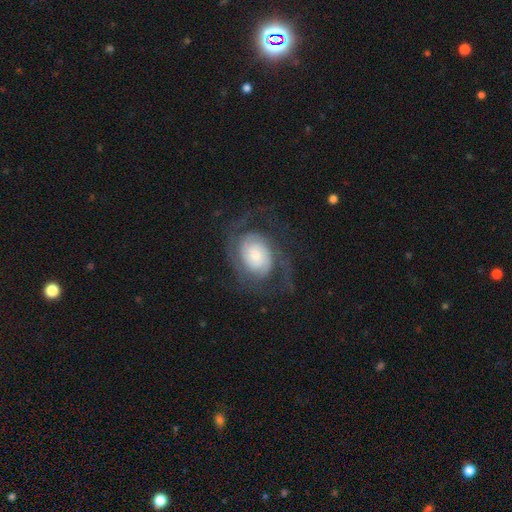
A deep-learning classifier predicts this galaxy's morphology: Smooth or featured? featured or disk (83%)
Edge-on disk? no (97%)
Bar? no (68%)
Spiral arms? yes (96%)
Spiral winding? tight (53%)
Spiral arm count? 2 (60%)
Bulge size? small (41%)
Merging? none (64%)